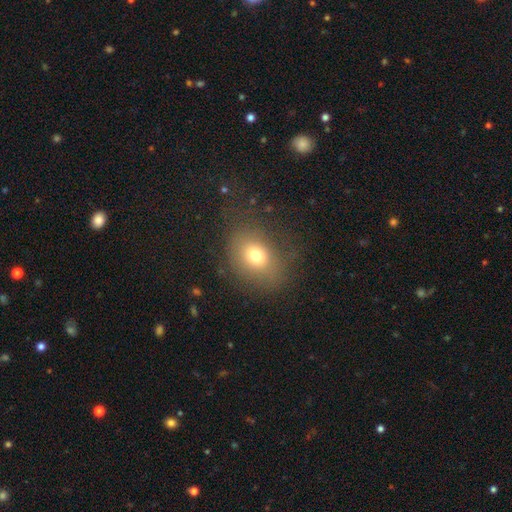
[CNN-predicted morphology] Smooth or featured: smooth — 72% (star or artifact — 14%)
How rounded: round — 50% (in between — 49%)
Merging: none — 73% (minor disturbance — 15%)